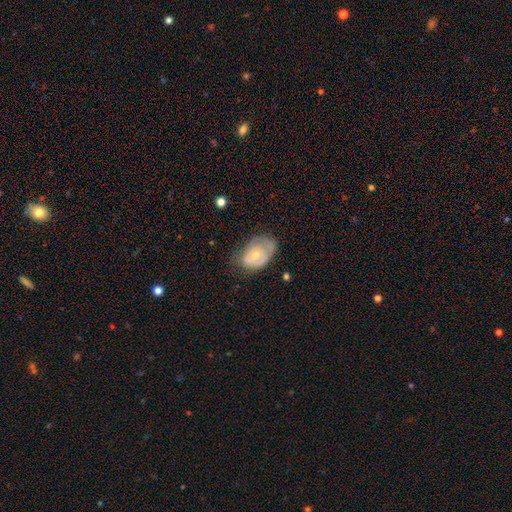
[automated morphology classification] This appears to be a featured or disk galaxy (49%). Merging: none (42%).